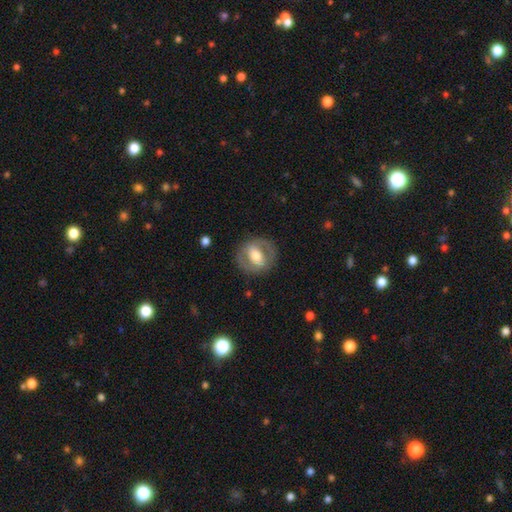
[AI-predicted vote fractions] Q: Smooth or featured?
A: featured or disk (58%); runner-up: smooth (37%)
Q: Edge-on disk?
A: no (93%); runner-up: yes (7%)
Q: Bar?
A: strong (43%); runner-up: weak (32%)
Q: Spiral arms?
A: no (62%); runner-up: yes (38%)
Q: Bulge size?
A: moderate (64%); runner-up: large (18%)
Q: Merging?
A: none (82%); runner-up: minor disturbance (11%)